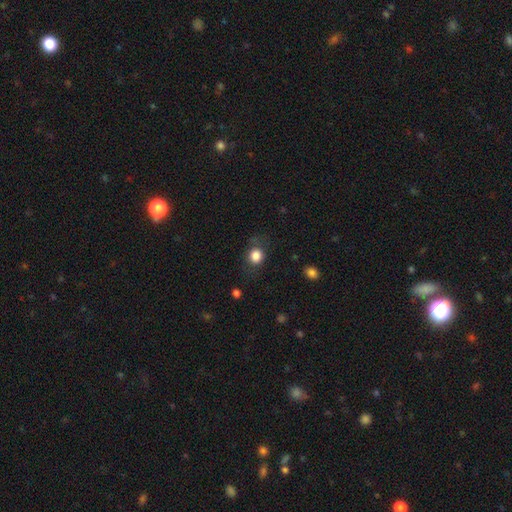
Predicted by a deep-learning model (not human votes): smooth_or_featured: smooth (p=0.83) [alt: star or artifact p=0.10]
how_rounded: round (p=0.71) [alt: in between p=0.28]
merging: none (p=0.71) [alt: minor disturbance p=0.18]